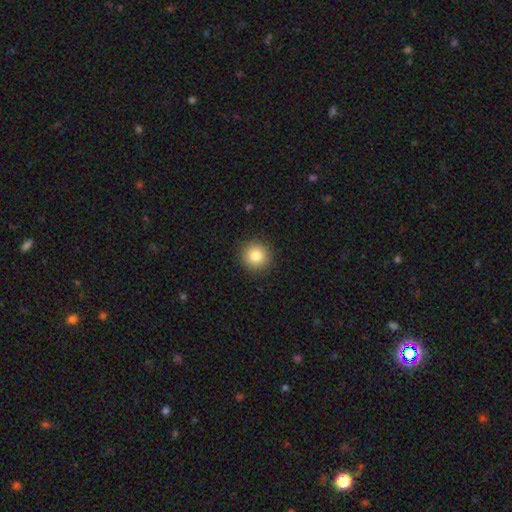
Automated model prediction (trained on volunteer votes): Q: Smooth or featured?
A: smooth (83%); runner-up: star or artifact (10%)
Q: How rounded?
A: round (94%); runner-up: in between (5%)
Q: Merging?
A: none (92%); runner-up: minor disturbance (5%)